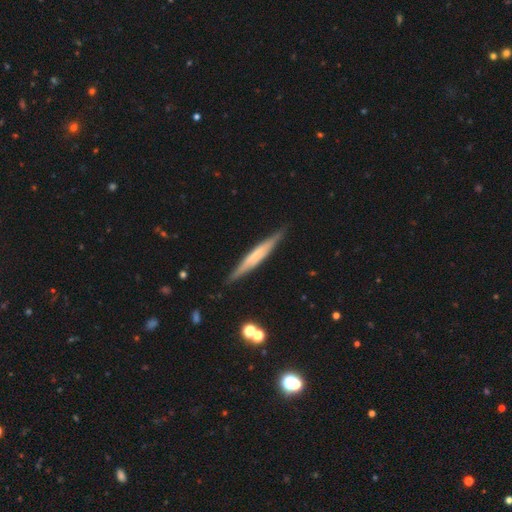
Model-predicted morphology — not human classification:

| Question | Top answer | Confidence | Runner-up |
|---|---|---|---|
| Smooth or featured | featured or disk | 54% | smooth (40%) |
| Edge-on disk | yes | 94% | no (6%) |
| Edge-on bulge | none | 55% | rounded (29%) |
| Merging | none | 87% | minor disturbance (10%) |